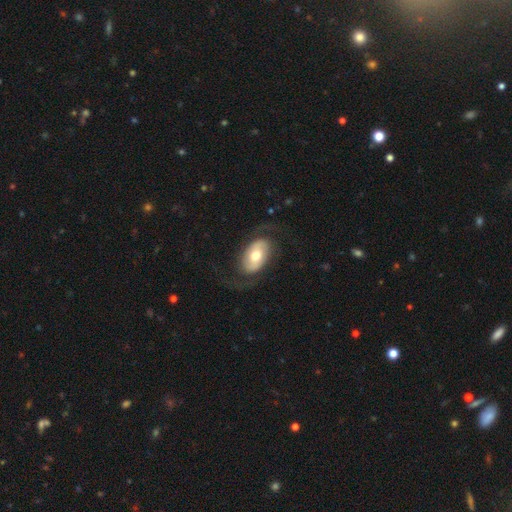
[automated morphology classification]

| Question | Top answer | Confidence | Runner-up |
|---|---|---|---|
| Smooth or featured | featured or disk | 61% | smooth (33%) |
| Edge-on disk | no | 94% | yes (6%) |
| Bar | no | 55% | weak (30%) |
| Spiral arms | yes | 75% | no (25%) |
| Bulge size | moderate | 71% | large (13%) |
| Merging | none | 70% | major disturbance (15%) |